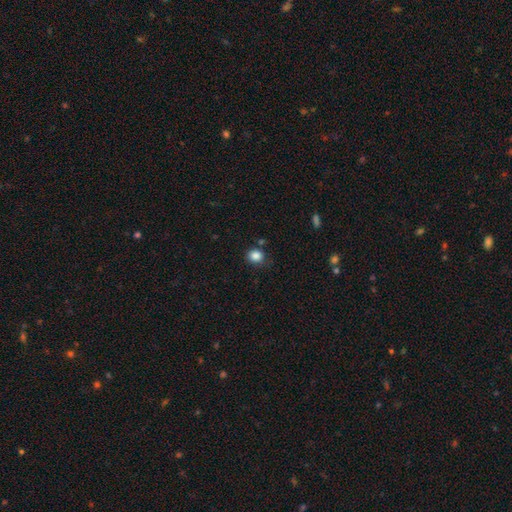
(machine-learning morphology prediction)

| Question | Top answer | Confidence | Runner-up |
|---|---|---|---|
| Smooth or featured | smooth | 85% | star or artifact (11%) |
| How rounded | round | 73% | in between (26%) |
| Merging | none | 78% | minor disturbance (14%) |